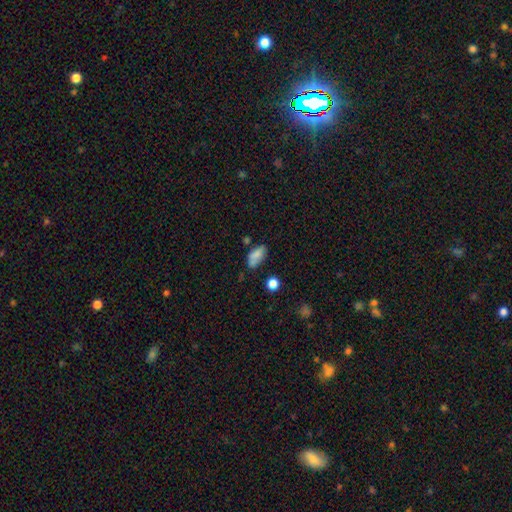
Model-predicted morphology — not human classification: smooth-or-featured: smooth: 78% | featured or disk: 13% | star or artifact: 9%
  how-rounded: in between: 89% | cigar-shaped: 7% | round: 5%
  merging: none: 56% | minor disturbance: 26% | merger: 10% | major disturbance: 8%